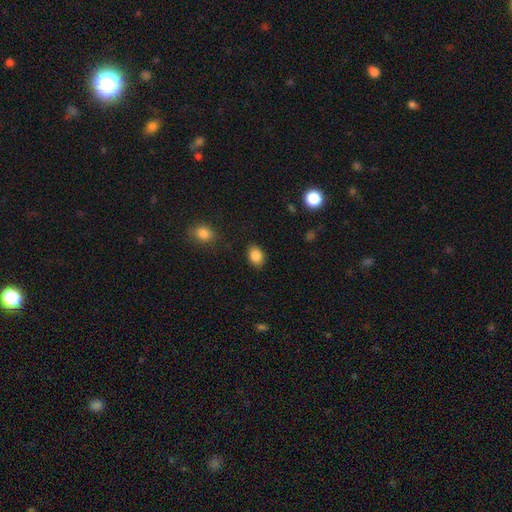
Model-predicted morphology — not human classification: Q: Smooth or featured?
A: smooth (86%); runner-up: star or artifact (9%)
Q: How rounded?
A: in between (70%); runner-up: round (29%)
Q: Merging?
A: none (84%); runner-up: minor disturbance (11%)